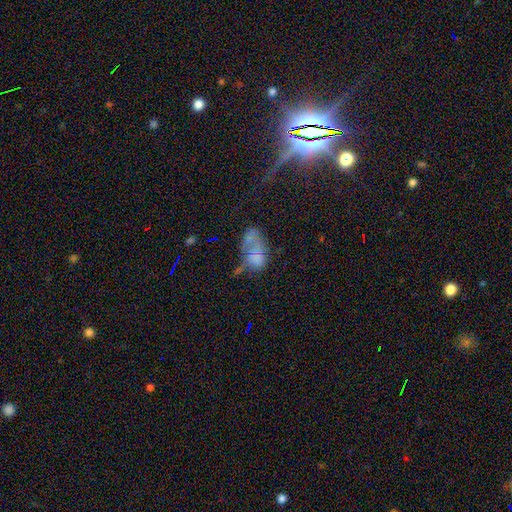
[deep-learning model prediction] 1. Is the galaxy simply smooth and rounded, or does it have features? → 47% smooth, 33% featured or disk, 20% star or artifact.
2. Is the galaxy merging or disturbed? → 33% major disturbance, 29% merger, 21% none, 18% minor disturbance.